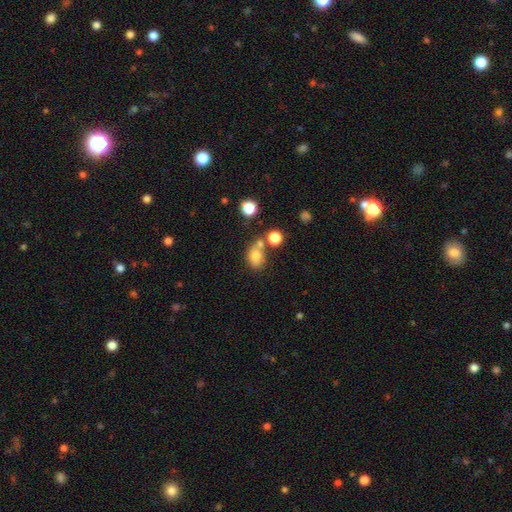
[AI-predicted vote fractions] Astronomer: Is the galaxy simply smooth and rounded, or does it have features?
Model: smooth — 77%.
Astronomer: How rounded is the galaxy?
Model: in between — 63%.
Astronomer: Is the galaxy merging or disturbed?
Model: none — 49% (runner-up: merger, 30%).